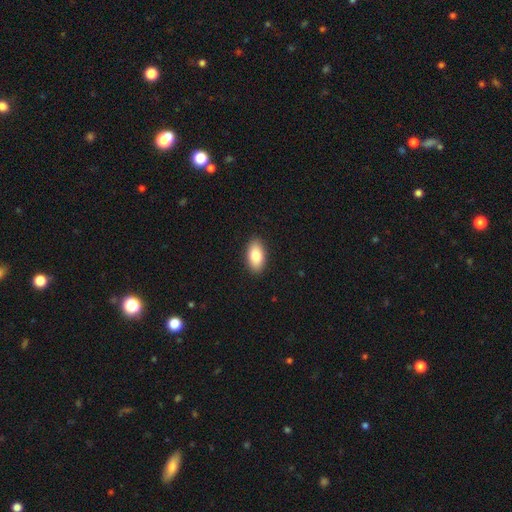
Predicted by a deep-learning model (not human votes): smooth-or-featured: smooth: 82% | featured or disk: 11% | star or artifact: 7%
  how-rounded: in between: 93% | round: 4% | cigar-shaped: 3%
  merging: none: 90% | minor disturbance: 7% | major disturbance: 2% | merger: 1%